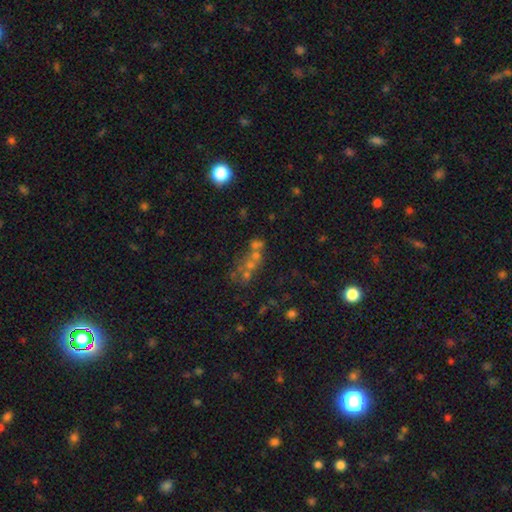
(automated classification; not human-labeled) Q: Smooth or featured?
A: star or artifact (41%); runner-up: smooth (37%)